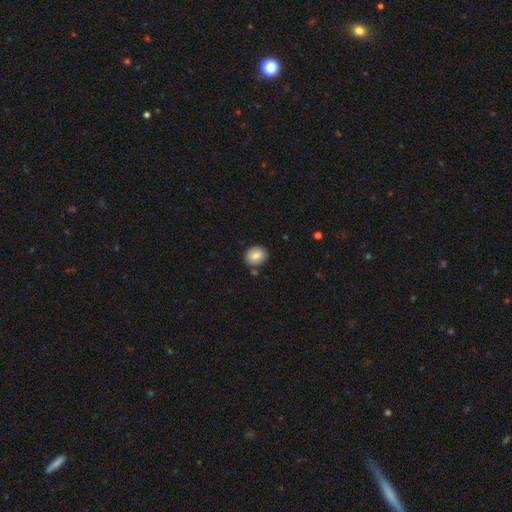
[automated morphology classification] smooth-or-featured: smooth: 81% | featured or disk: 11% | star or artifact: 8%
  how-rounded: round: 59% | in between: 40% | cigar-shaped: 1%
  merging: none: 82% | minor disturbance: 11% | merger: 4% | major disturbance: 2%